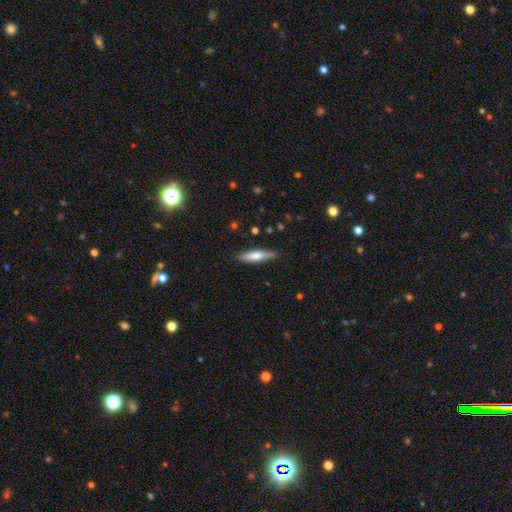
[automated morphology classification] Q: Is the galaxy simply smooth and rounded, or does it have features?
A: smooth — 63%.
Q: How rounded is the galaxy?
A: cigar-shaped — 81%.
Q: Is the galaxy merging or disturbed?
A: none — 86%.